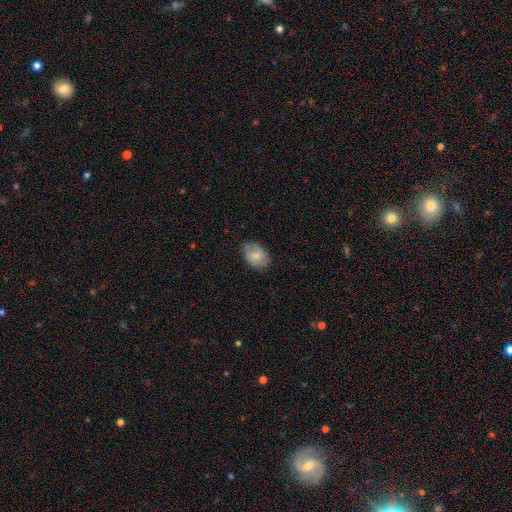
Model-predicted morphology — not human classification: smooth-or-featured: smooth: 74% | featured or disk: 19% | star or artifact: 7%
  how-rounded: in between: 80% | round: 19% | cigar-shaped: 1%
  merging: none: 77% | minor disturbance: 18% | major disturbance: 4% | merger: 1%